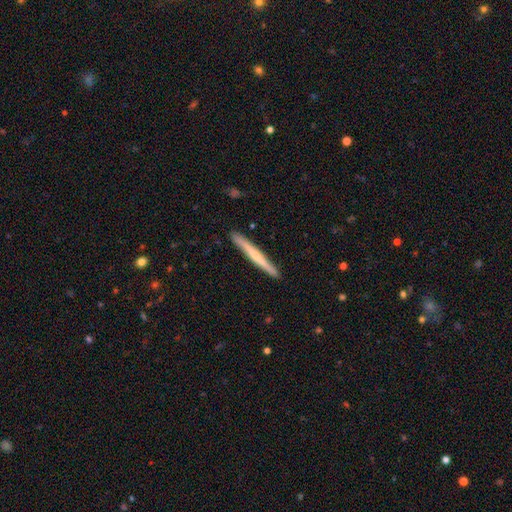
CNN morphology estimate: Smooth or featured? featured or disk (49%)
Merging? none (91%)